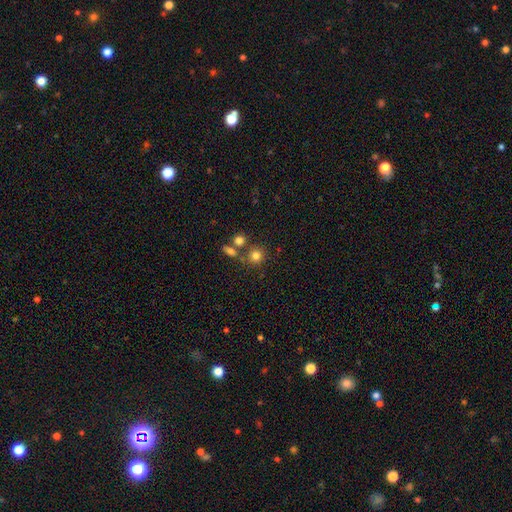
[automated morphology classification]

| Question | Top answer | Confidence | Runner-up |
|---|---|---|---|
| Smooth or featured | smooth | 78% | star or artifact (14%) |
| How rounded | round | 87% | in between (12%) |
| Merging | none | 68% | merger (18%) |